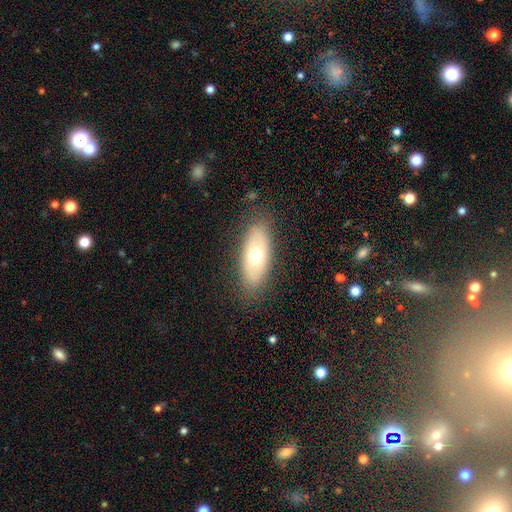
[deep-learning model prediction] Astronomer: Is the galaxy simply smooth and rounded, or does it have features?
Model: smooth — 63%.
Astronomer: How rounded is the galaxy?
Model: in between — 84%.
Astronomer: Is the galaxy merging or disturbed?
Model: none — 83%.